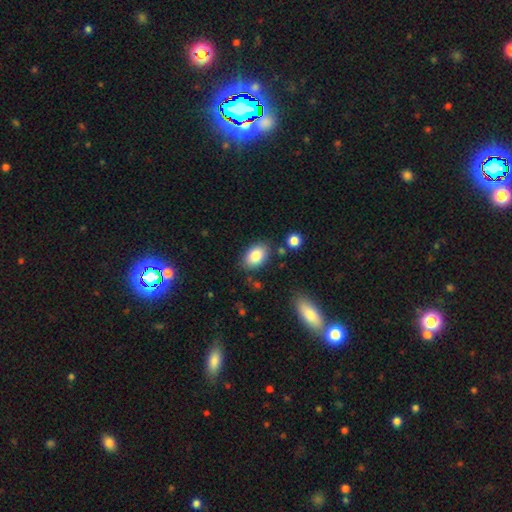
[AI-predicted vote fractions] Q: Smooth or featured?
A: smooth (84%); runner-up: featured or disk (9%)
Q: How rounded?
A: in between (88%); runner-up: round (11%)
Q: Merging?
A: none (82%); runner-up: minor disturbance (12%)